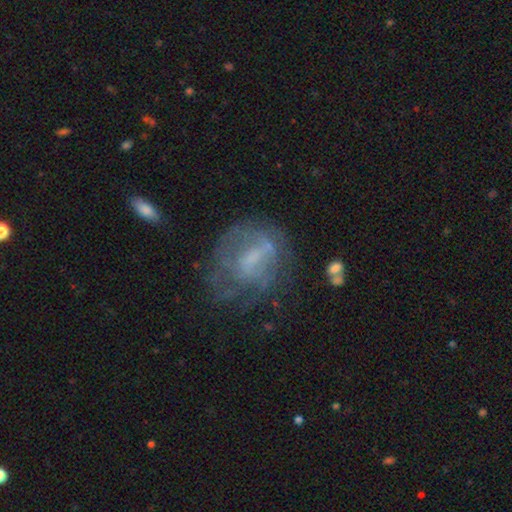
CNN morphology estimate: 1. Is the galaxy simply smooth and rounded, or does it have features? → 61% featured or disk, 27% smooth, 13% star or artifact.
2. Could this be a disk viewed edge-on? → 95% no, 5% yes.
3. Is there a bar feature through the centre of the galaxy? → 43% weak, 40% no, 18% strong.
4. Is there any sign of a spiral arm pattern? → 57% no, 43% yes.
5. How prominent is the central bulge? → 35% none, 32% small, 27% moderate, 5% large, 1% dominant.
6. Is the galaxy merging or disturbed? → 51% none, 23% major disturbance, 22% minor disturbance, 4% merger.